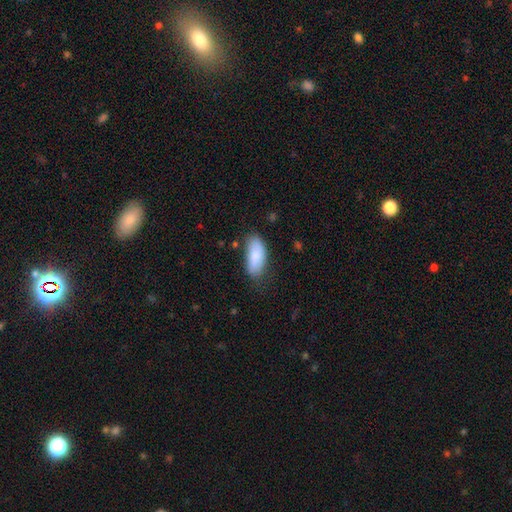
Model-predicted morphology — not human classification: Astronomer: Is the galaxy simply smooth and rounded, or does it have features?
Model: smooth — 85%.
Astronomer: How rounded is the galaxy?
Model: in between — 87%.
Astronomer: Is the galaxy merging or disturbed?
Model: none — 66%.